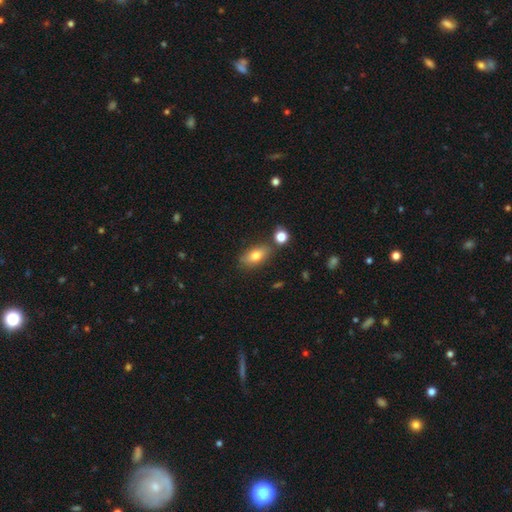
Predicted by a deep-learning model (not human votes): smooth-or-featured: smooth: 76% | featured or disk: 15% | star or artifact: 9%
  how-rounded: in between: 85% | round: 8% | cigar-shaped: 7%
  merging: none: 74% | minor disturbance: 13% | merger: 10% | major disturbance: 3%